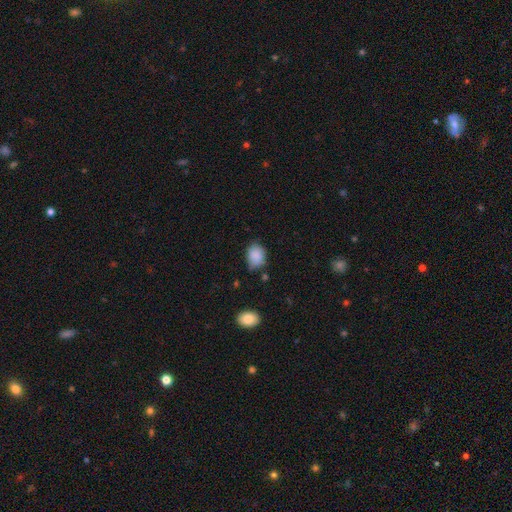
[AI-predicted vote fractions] Smooth or featured?
  - smooth: 86% *
  - star or artifact: 8%
  - featured or disk: 6%
How rounded?
  - in between: 64% *
  - round: 35%
  - cigar-shaped: 1%
Merging?
  - none: 65% *
  - minor disturbance: 27%
  - major disturbance: 5%
  - merger: 3%